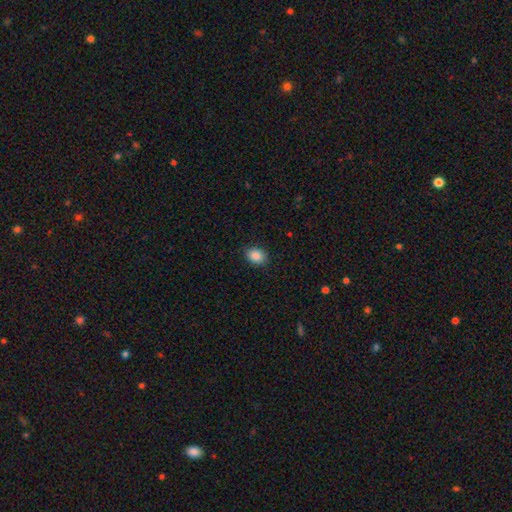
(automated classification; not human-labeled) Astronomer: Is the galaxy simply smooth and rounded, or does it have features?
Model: smooth — 88%.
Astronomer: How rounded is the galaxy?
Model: in between — 64%.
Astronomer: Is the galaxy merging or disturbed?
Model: none — 86%.